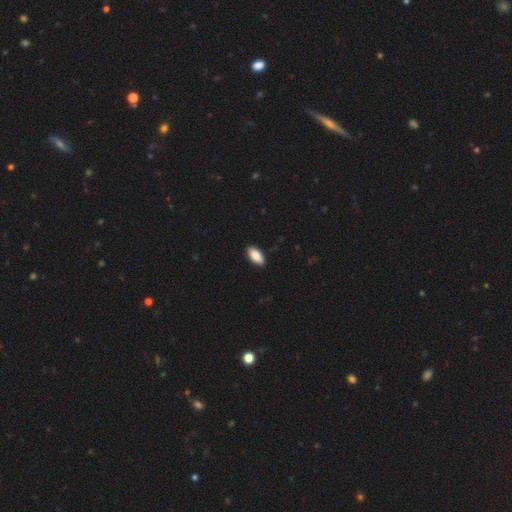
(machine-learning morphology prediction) smooth_or_featured: smooth (p=0.89) [alt: star or artifact p=0.06]
how_rounded: in between (p=0.91) [alt: cigar-shaped p=0.06]
merging: none (p=0.88) [alt: minor disturbance p=0.09]